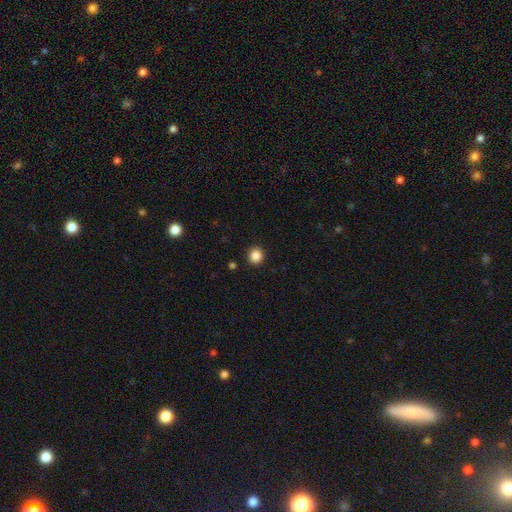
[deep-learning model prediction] Overall: smooth (86%). How rounded: round (89%). Merging: none (92%).